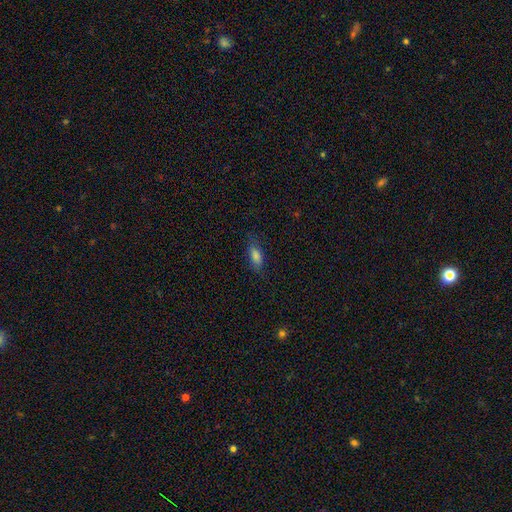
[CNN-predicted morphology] Smooth or featured? Predicted: smooth (p=0.74). How rounded? Predicted: in between (p=0.72). Merging? Predicted: none (p=0.75).